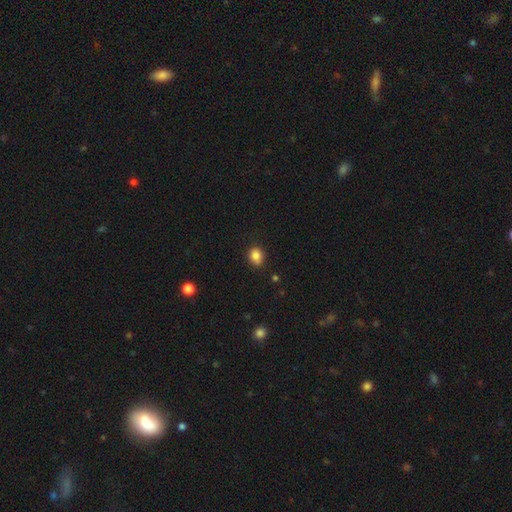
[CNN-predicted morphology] A smooth galaxy with no disk features (83%) that is round (69%). Merging: none (71%).